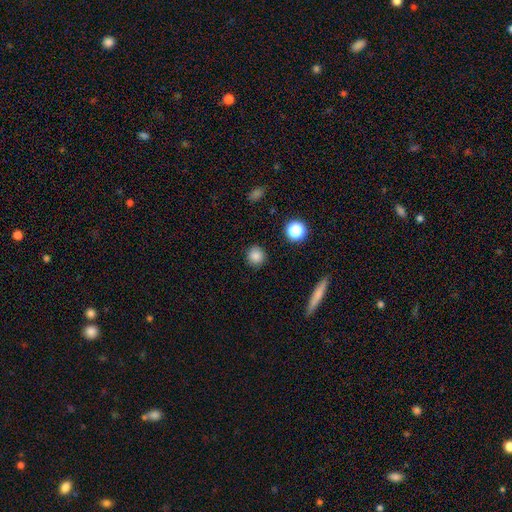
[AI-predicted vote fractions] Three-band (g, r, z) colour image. It shows a smooth galaxy with no disk features (84%) that is round (92%). Merging: none (89%).